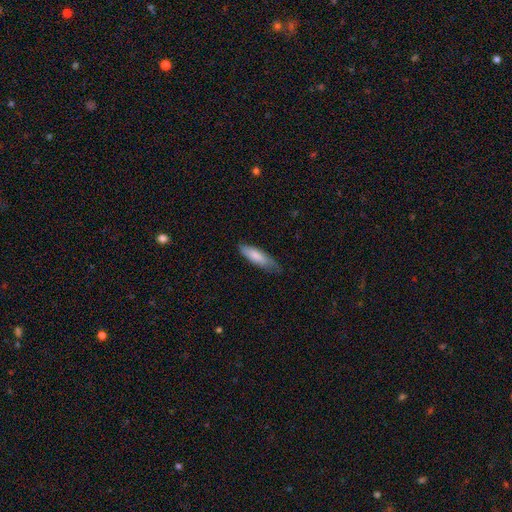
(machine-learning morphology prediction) A smooth galaxy with no disk features (79%) that is cigar-shaped (53%). Merging: none (63%).